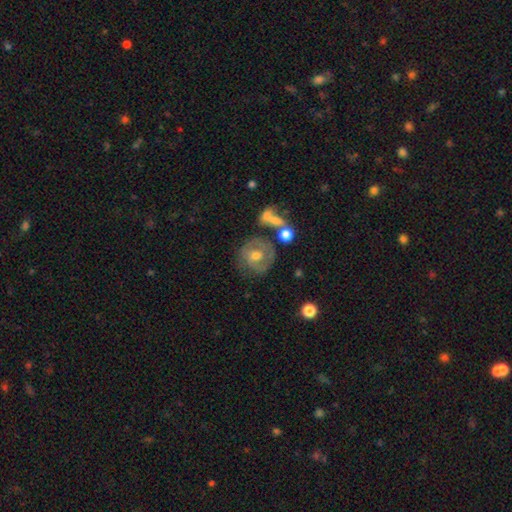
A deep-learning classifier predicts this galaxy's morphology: Smooth or featured?
  - featured or disk: 56% *
  - smooth: 35%
  - star or artifact: 9%
Edge-on disk?
  - no: 96% *
  - yes: 4%
Bar?
  - no: 52% *
  - weak: 36%
  - strong: 12%
Spiral arms?
  - yes: 62% *
  - no: 38%
Bulge size?
  - moderate: 71% *
  - small: 22%
  - large: 4%
  - none: 2%
  - dominant: 1%
Merging?
  - none: 61% *
  - minor disturbance: 19%
  - major disturbance: 10%
  - merger: 10%